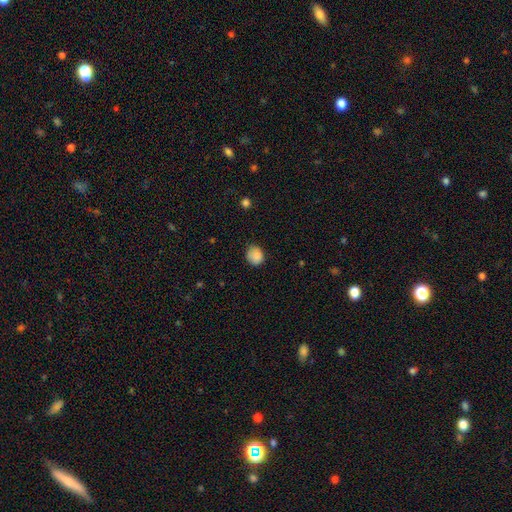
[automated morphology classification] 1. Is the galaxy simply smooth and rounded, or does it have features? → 87% smooth, 9% star or artifact, 4% featured or disk.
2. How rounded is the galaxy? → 69% round, 30% in between, 1% cigar-shaped.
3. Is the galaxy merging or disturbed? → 74% none, 21% minor disturbance, 4% major disturbance, 1% merger.